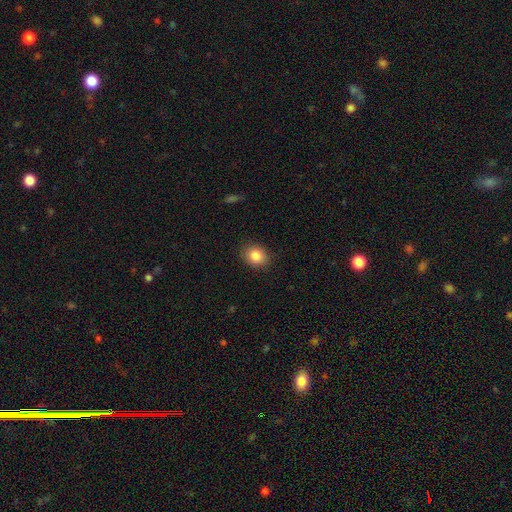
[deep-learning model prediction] smooth 85%, star or artifact 9%, featured or disk 6%. Down the decision tree: how rounded — round (57%); merging — none (88%).